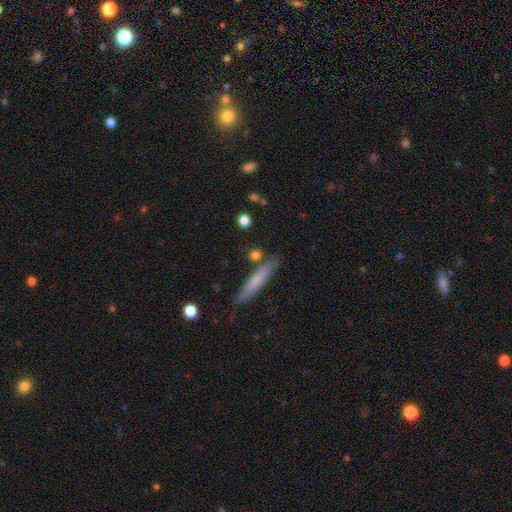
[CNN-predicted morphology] smooth-or-featured: smooth: 76% | featured or disk: 16% | star or artifact: 8%
  how-rounded: round: 43% | cigar-shaped: 41% | in between: 16%
  merging: none: 77% | minor disturbance: 11% | merger: 9% | major disturbance: 3%